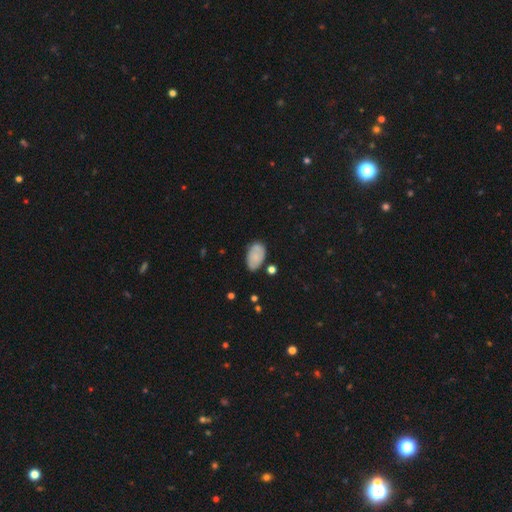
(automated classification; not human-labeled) smooth-or-featured: smooth: 75% | featured or disk: 17% | star or artifact: 8%
  how-rounded: in between: 93% | round: 5% | cigar-shaped: 1%
  merging: none: 69% | minor disturbance: 21% | merger: 5% | major disturbance: 5%